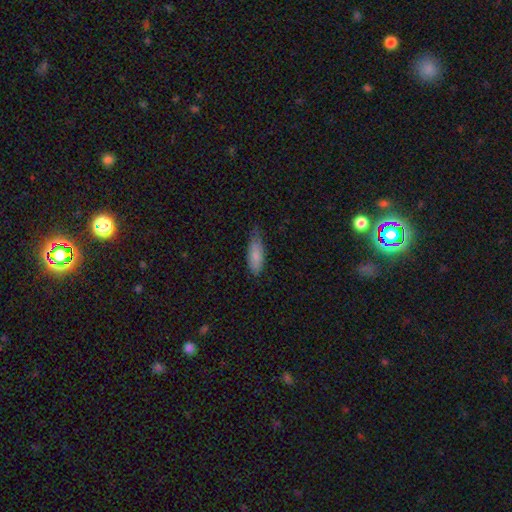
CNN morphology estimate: Smooth or featured? Predicted: smooth (p=0.82). How rounded? Predicted: in between (p=0.71). Merging? Predicted: none (p=0.58).